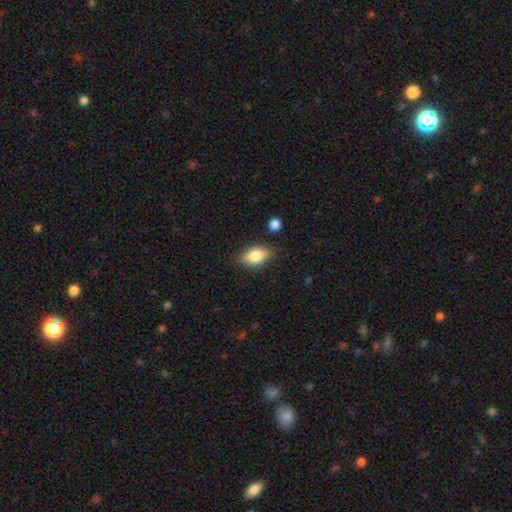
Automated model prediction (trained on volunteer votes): smooth_or_featured: smooth (p=0.82) [alt: featured or disk p=0.11]
how_rounded: in between (p=0.88) [alt: round p=0.08]
merging: none (p=0.80) [alt: minor disturbance p=0.15]